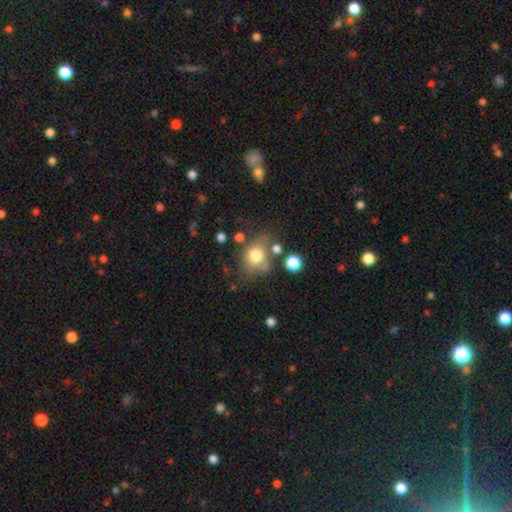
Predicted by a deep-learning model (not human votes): A smooth galaxy with no disk features (73%) that is round (57%).

Vote fractions:
- Smooth or featured? smooth: 73% / featured or disk: 15% / star or artifact: 11%
- How rounded? round: 57% / in between: 42% / cigar-shaped: 1%
- Merging? none: 52% / minor disturbance: 22% / major disturbance: 13% / merger: 12%